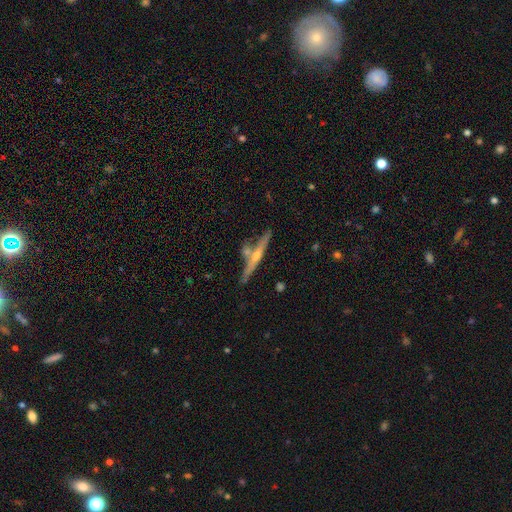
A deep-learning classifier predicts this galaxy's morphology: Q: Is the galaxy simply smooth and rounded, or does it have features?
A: featured or disk — 71%.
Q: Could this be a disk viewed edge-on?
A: yes — 97%.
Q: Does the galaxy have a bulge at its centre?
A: rounded — 81%.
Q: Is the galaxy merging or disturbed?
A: none — 72%.